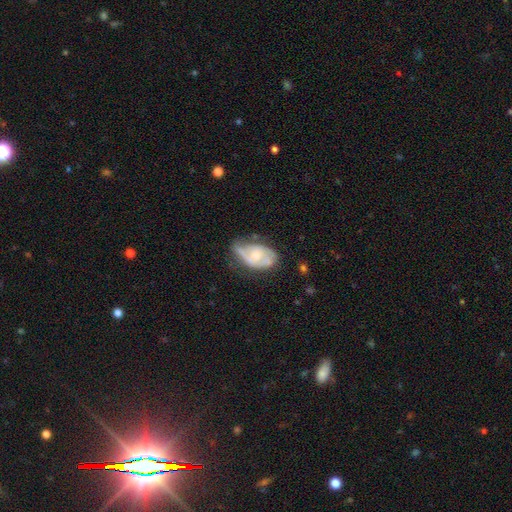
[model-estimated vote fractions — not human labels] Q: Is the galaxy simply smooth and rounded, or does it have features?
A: featured or disk — 68%.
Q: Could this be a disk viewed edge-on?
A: no — 96%.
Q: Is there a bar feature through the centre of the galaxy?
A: no — 74%.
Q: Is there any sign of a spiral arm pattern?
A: yes — 79%.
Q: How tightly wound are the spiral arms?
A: medium — 40%, tied with tight.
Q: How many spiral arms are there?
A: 2 — 46%.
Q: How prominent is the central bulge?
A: moderate — 52%.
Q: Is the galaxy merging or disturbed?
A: none — 43%.